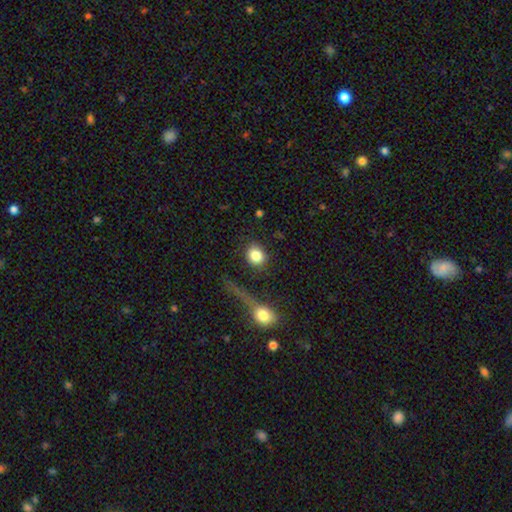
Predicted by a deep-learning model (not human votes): Smooth or featured? smooth (83%)
How rounded? round (71%)
Merging? none (80%)